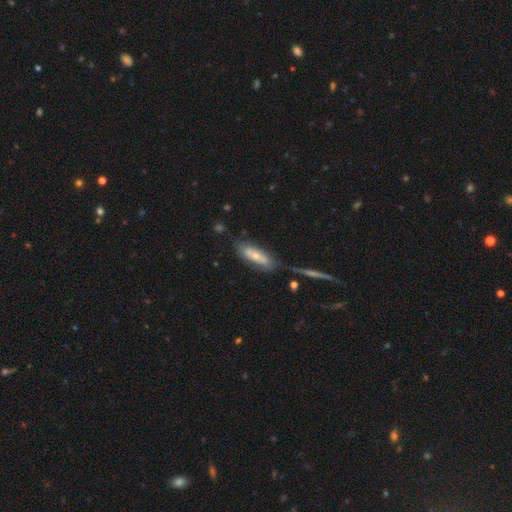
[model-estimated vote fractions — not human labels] smooth 56%, featured or disk 37%, star or artifact 7%. Down the decision tree: how rounded — in between (53%); merging — none (67%).